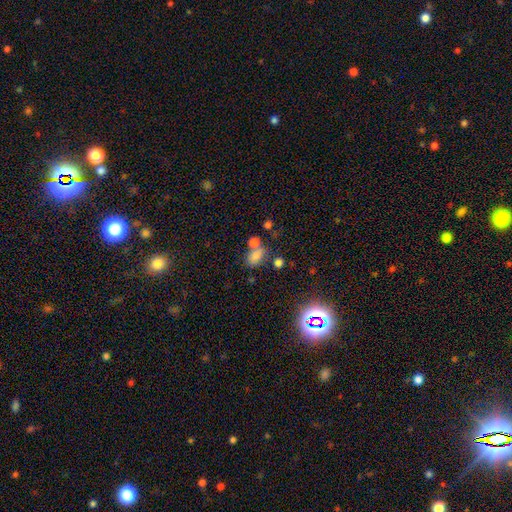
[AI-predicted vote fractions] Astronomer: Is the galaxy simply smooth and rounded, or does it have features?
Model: smooth — 75%.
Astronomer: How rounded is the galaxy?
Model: in between — 79%.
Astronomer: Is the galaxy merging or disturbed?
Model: none — 46% (runner-up: merger, 34%).